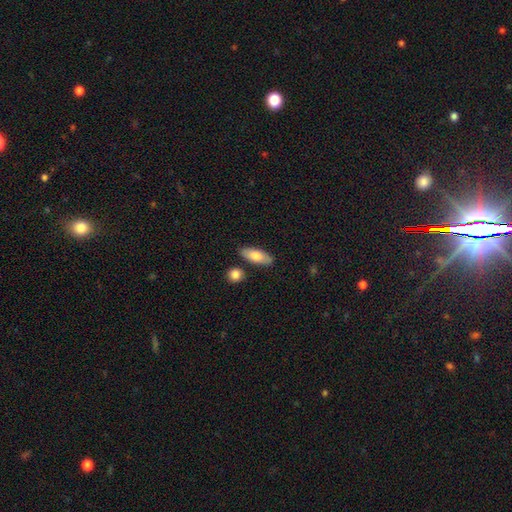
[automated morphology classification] The model was most divided on "how rounded": in between: 73%, cigar-shaped: 24%, round: 3%. More confident: merging — none (82%); smooth or featured — smooth (76%).